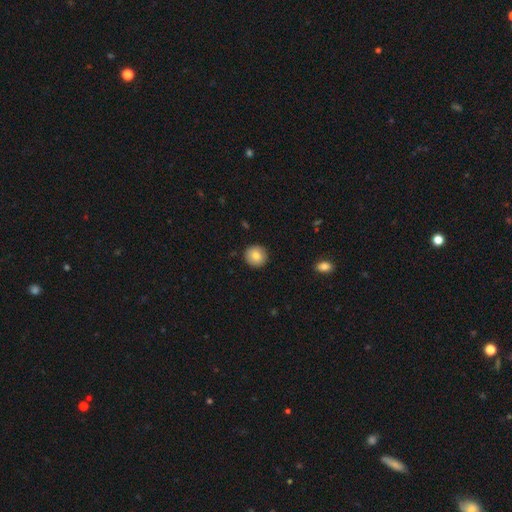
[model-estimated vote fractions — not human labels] This is clearly a smooth galaxy (82%). How rounded: clearly round (93%). Merging: clearly none (91%).